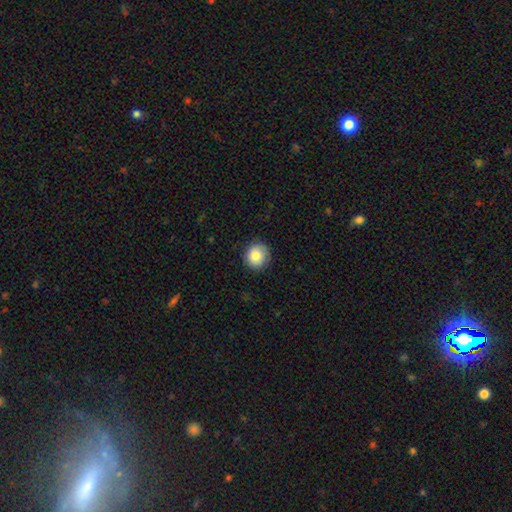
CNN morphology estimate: smooth 82%, featured or disk 10%, star or artifact 8%. Down the decision tree: how rounded — round (90%); merging — none (85%).